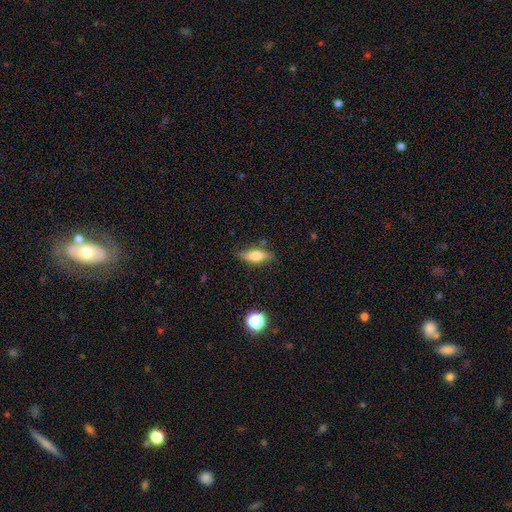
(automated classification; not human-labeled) This appears to be a smooth galaxy with no disk features (65%) that is in between round and cigar-shaped (61%). Merging: none (78%).